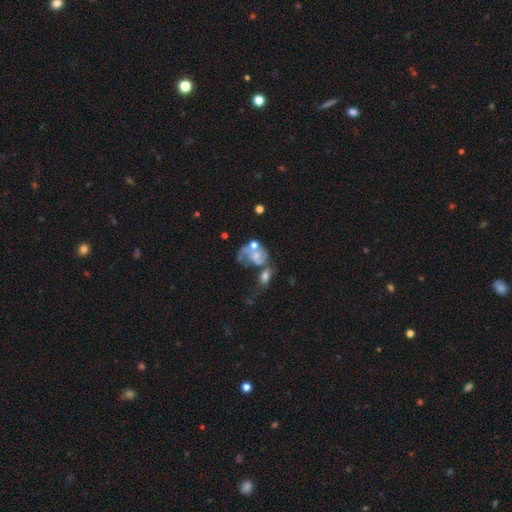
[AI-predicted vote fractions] featured or disk 52%, smooth 37%, star or artifact 12%. Down the decision tree: edge-on disk — no (97%); bar — no (80%); spiral arms — no (53%); bulge size — small (37%); merging — merger (42%).